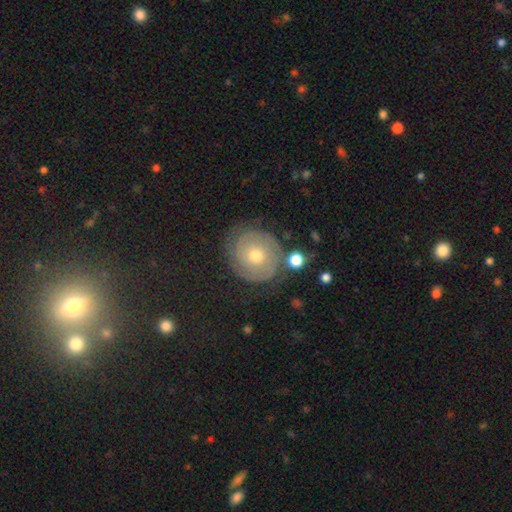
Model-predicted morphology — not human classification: Smooth or featured?
  - featured or disk: 68% *
  - smooth: 22%
  - star or artifact: 10%
Edge-on disk?
  - no: 97% *
  - yes: 3%
Bar?
  - no: 81% *
  - weak: 15%
  - strong: 4%
Spiral arms?
  - yes: 87% *
  - no: 13%
Spiral winding?
  - tight: 74% *
  - medium: 19%
  - loose: 6%
Spiral arm count?
  - 2: 62% *
  - can't tell: 21%
  - 3: 7%
  - 1: 4%
  - 4: 3%
  - more than 4: 3%
Bulge size?
  - moderate: 61% *
  - small: 34%
  - large: 2%
  - none: 1%
  - dominant: 1%
Merging?
  - none: 76% *
  - minor disturbance: 14%
  - major disturbance: 6%
  - merger: 4%